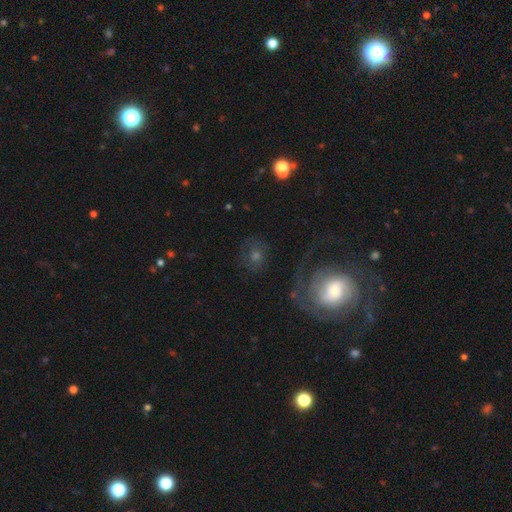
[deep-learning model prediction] Smooth or featured: featured or disk — 55% (smooth — 30%)
Edge-on disk: no — 96% (yes — 4%)
Bar: no — 56% (weak — 34%)
Spiral arms: yes — 85% (no — 15%)
Bulge size: moderate — 51% (small — 35%)
Merging: none — 65% (major disturbance — 17%)